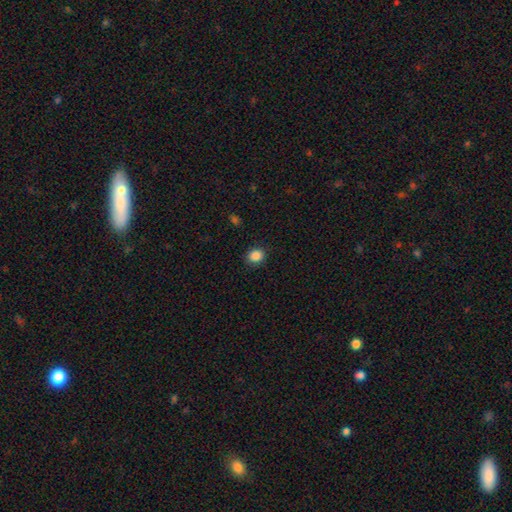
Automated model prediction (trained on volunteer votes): This is clearly a smooth galaxy (87%). How rounded: likely round (70%). Merging: clearly none (89%).